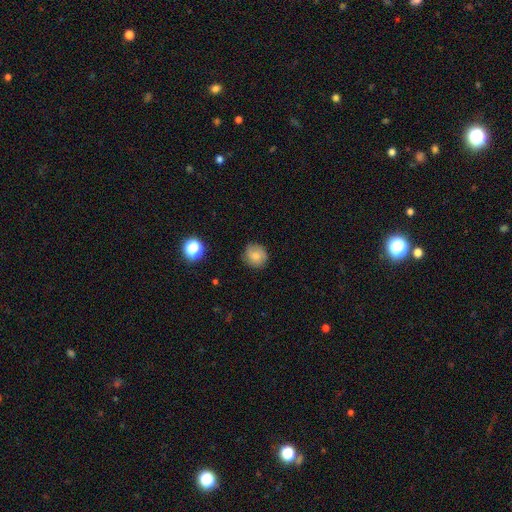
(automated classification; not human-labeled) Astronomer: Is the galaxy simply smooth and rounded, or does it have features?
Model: smooth — 73%.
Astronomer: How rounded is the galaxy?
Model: round — 89%.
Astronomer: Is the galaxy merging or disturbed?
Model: none — 82%.